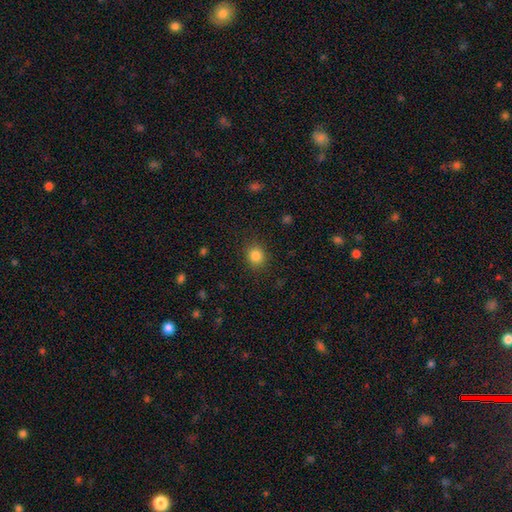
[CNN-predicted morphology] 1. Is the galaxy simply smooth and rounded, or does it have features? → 84% smooth, 12% star or artifact, 5% featured or disk.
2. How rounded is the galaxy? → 80% round, 19% in between, 1% cigar-shaped.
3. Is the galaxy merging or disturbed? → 89% none, 8% minor disturbance, 3% major disturbance, 1% merger.